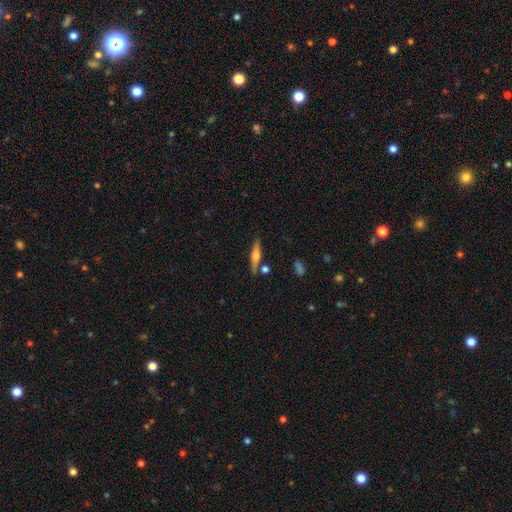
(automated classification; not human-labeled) Smooth or featured? featured or disk (56%)
Edge-on disk? yes (96%)
Edge-on bulge? rounded (83%)
Merging? none (81%)